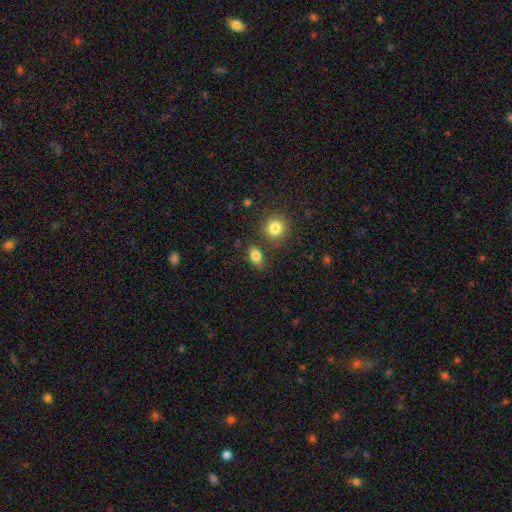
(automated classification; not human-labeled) smooth 82%, star or artifact 10%, featured or disk 7%. Down the decision tree: how rounded — in between (76%); merging — none (76%).